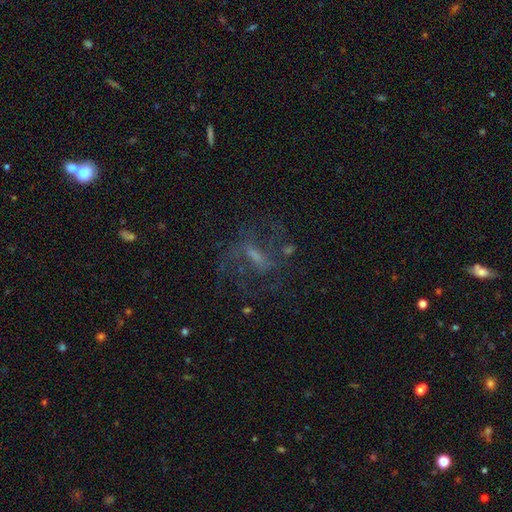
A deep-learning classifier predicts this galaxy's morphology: smooth-or-featured: featured or disk: 66% | star or artifact: 17% | smooth: 17%
  disk-edge-on: no: 93% | yes: 7%
    bar: weak: 49% | strong: 27% | no: 24%
    has-spiral-arms: yes: 76% | no: 24%
    bulge-size: small: 37% | moderate: 31% | none: 25% | large: 5% | dominant: 1%
  merging: none: 57% | major disturbance: 24% | minor disturbance: 16% | merger: 3%